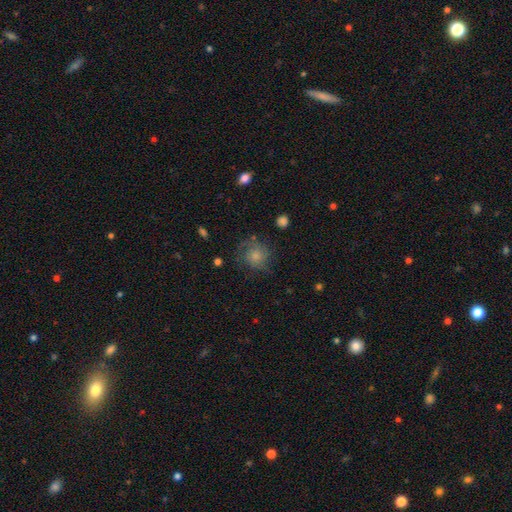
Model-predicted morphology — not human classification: Overall: smooth (56%; featured or disk 34%). How rounded: round (85%). Merging: none (64%).